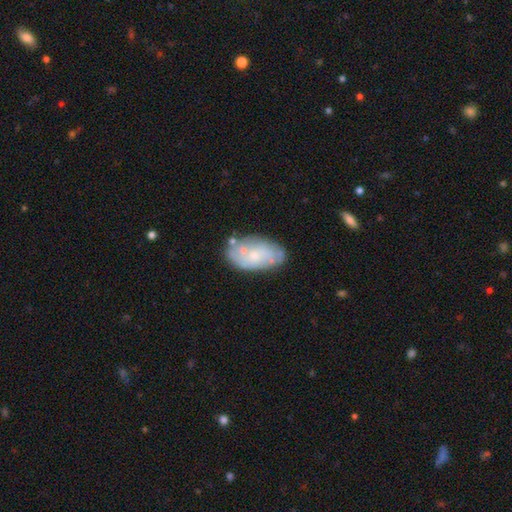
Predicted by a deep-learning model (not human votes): Smooth or featured? smooth (48%)
Merging? none (64%)